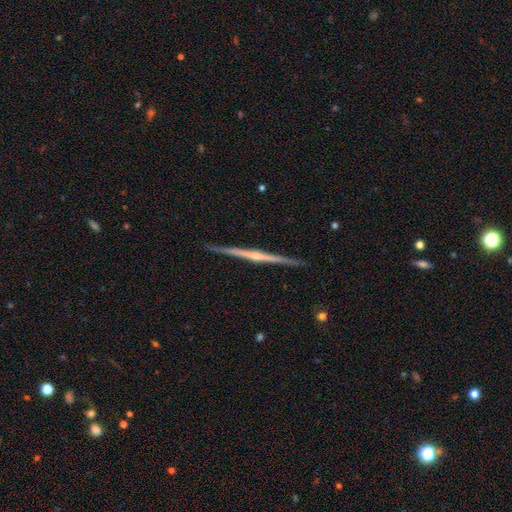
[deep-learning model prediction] This is clearly a featured or disk galaxy (83%). It is clearly viewed edge-on (99%). Edge-on bulge: likely rounded (66%). Merging: clearly none (91%).